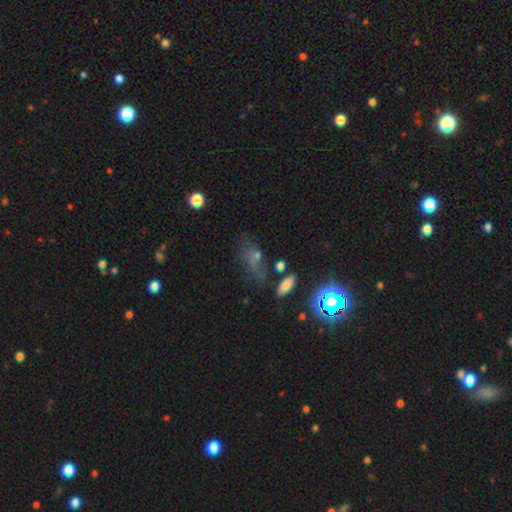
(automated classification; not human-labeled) This is possibly a smooth galaxy (46%). Merging: possibly none (48%).